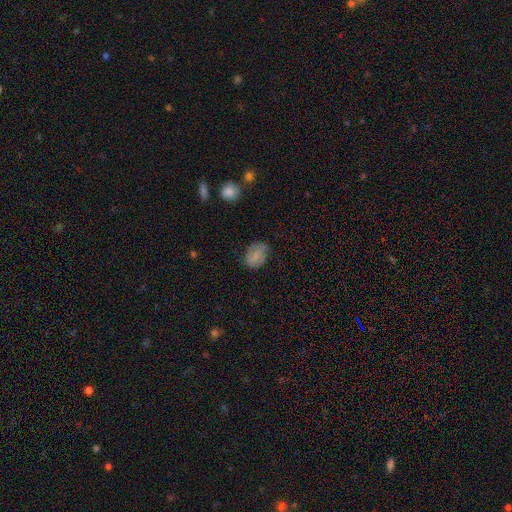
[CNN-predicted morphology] Smooth or featured? Predicted: smooth (p=0.68). How rounded? Predicted: in between (p=0.66). Merging? Predicted: none (p=0.67).